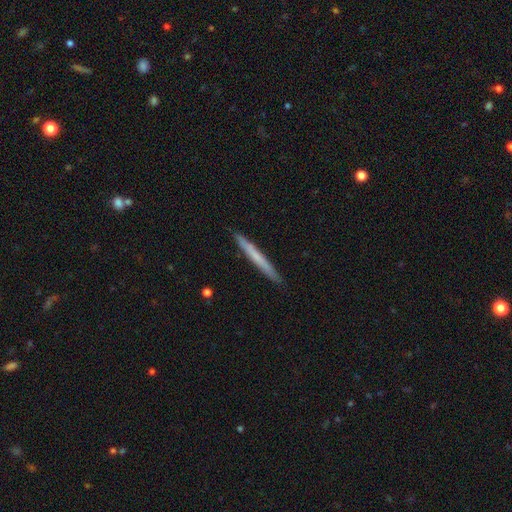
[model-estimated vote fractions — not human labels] smooth 58%, featured or disk 37%, star or artifact 5%. Down the decision tree: how rounded — cigar-shaped (97%); merging — none (92%).